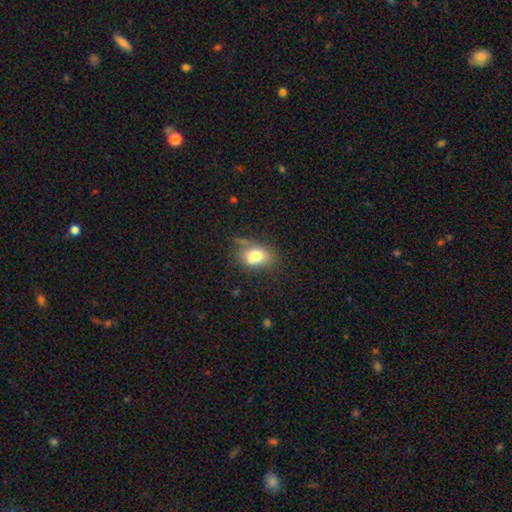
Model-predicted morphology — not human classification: Overall: smooth (75%). How rounded: in between (78%). Merging: none (48%; minor disturbance 27%).